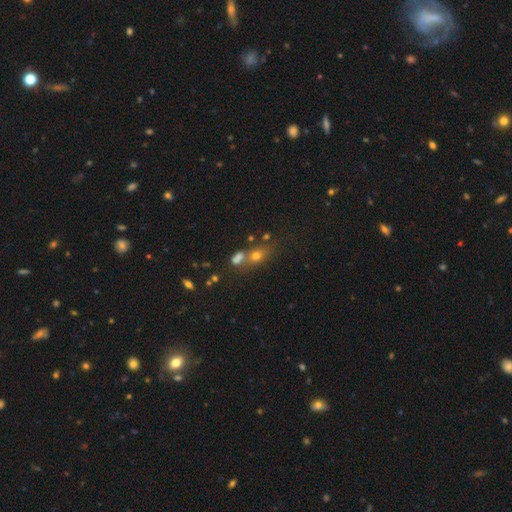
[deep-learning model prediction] A smooth galaxy with no disk features (52%) that is round (63%).

Vote fractions:
- Smooth or featured? smooth: 52% / star or artifact: 32% / featured or disk: 16%
- How rounded? round: 63% / in between: 31% / cigar-shaped: 6%
- Merging? merger: 43% / none: 42% / minor disturbance: 9% / major disturbance: 5%